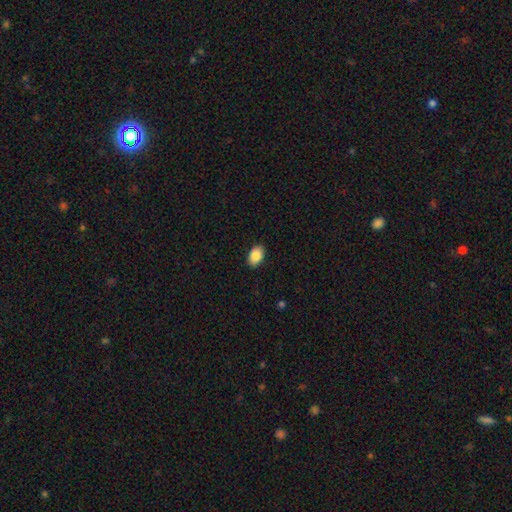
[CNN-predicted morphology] This is clearly a smooth galaxy (87%). How rounded: clearly in between (89%). Merging: clearly none (89%).